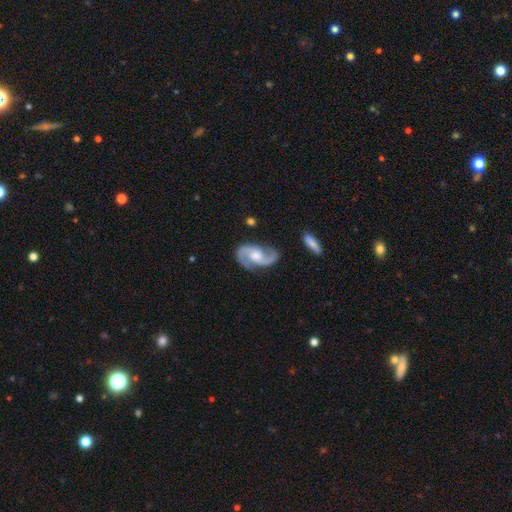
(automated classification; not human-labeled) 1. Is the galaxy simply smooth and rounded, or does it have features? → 92% featured or disk, 5% smooth, 4% star or artifact.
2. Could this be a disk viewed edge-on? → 98% no, 2% yes.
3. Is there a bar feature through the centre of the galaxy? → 51% no, 39% weak, 11% strong.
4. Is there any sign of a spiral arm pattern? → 98% yes, 2% no.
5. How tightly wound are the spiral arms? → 57% medium, 28% loose, 15% tight.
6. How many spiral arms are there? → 94% 2, 2% can't tell, 1% 1, 1% 3, 1% 4, 1% more than 4.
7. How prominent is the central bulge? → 61% moderate, 24% small, 10% large, 4% none, 1% dominant.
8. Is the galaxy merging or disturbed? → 80% none, 13% minor disturbance, 4% major disturbance, 2% merger.